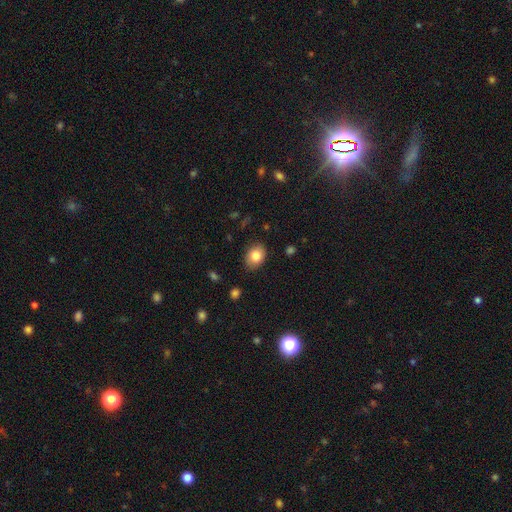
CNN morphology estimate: This is clearly a smooth galaxy (83%). How rounded: likely in between (69%). Merging: clearly none (82%).